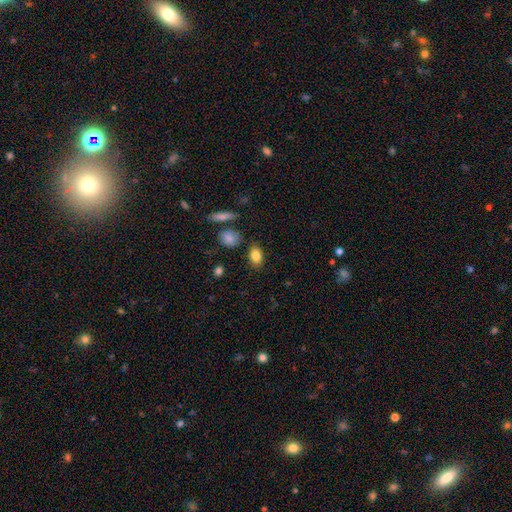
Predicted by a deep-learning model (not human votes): Smooth or featured: smooth — 84% (star or artifact — 8%)
How rounded: in between — 83% (round — 15%)
Merging: none — 82% (minor disturbance — 11%)